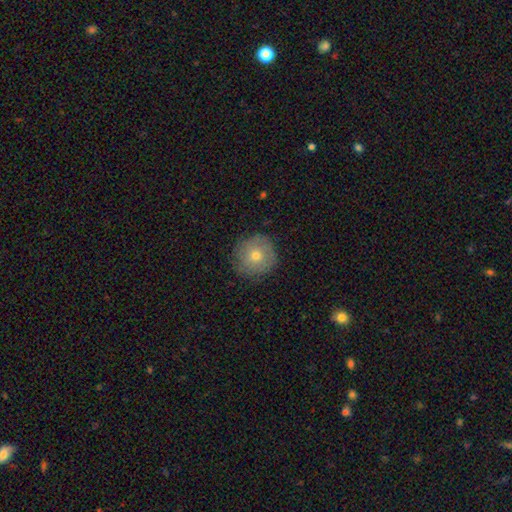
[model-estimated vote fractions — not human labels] Smooth or featured? Predicted: smooth (p=0.62). How rounded? Predicted: round (p=0.95). Merging? Predicted: none (p=0.84).